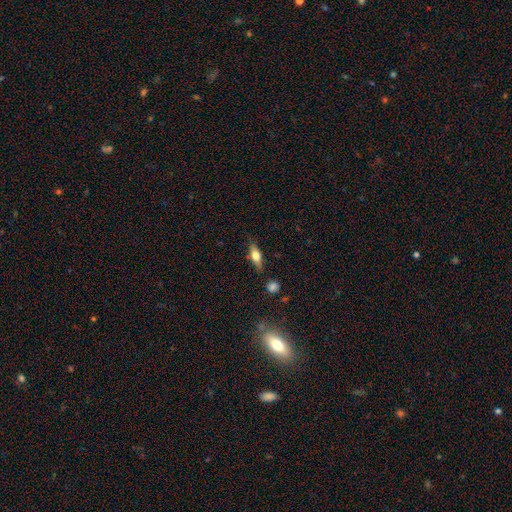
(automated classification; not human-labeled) Smooth or featured: smooth — 57% (featured or disk — 36%)
How rounded: in between — 58% (cigar-shaped — 38%)
Merging: none — 81% (minor disturbance — 13%)